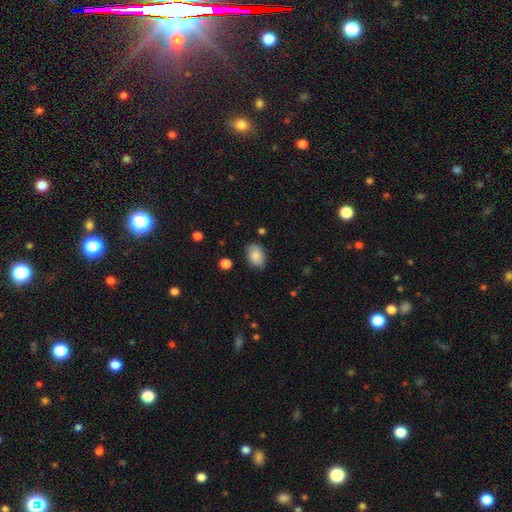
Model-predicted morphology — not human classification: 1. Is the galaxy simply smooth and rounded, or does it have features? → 85% smooth, 8% featured or disk, 7% star or artifact.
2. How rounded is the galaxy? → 81% in between, 18% round, 1% cigar-shaped.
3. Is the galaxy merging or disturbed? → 79% none, 16% minor disturbance, 3% major disturbance, 2% merger.